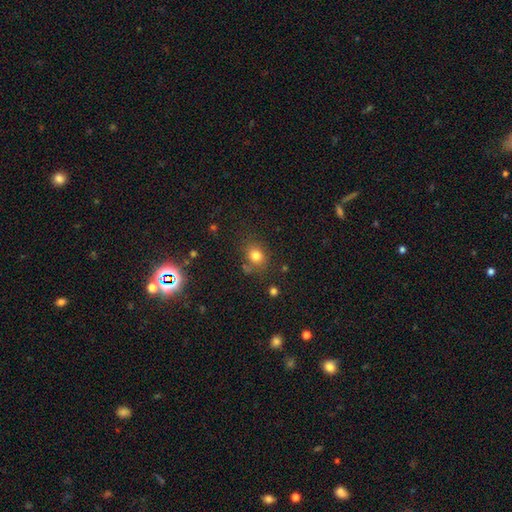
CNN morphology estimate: A smooth galaxy with no disk features (79%) that is round (63%).

Vote fractions:
- Smooth or featured? smooth: 79% / star or artifact: 14% / featured or disk: 8%
- How rounded? round: 63% / in between: 36% / cigar-shaped: 1%
- Merging? none: 74% / minor disturbance: 14% / merger: 7% / major disturbance: 5%